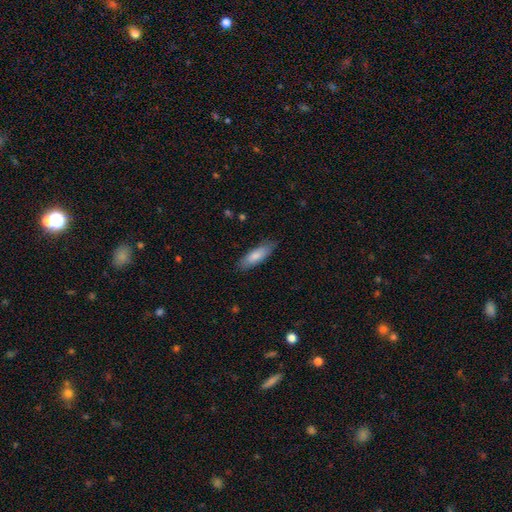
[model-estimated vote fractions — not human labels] Q: Smooth or featured?
A: smooth (81%); runner-up: featured or disk (13%)
Q: How rounded?
A: in between (54%); runner-up: cigar-shaped (44%)
Q: Merging?
A: none (84%); runner-up: minor disturbance (13%)